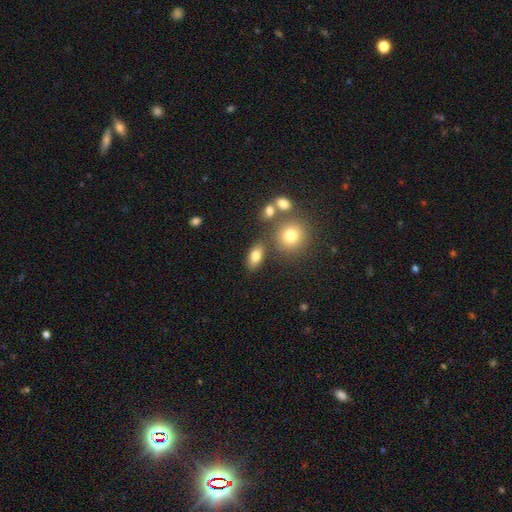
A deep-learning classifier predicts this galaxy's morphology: smooth 79%, star or artifact 11%, featured or disk 10%. Down the decision tree: how rounded — in between (81%); merging — none (75%).